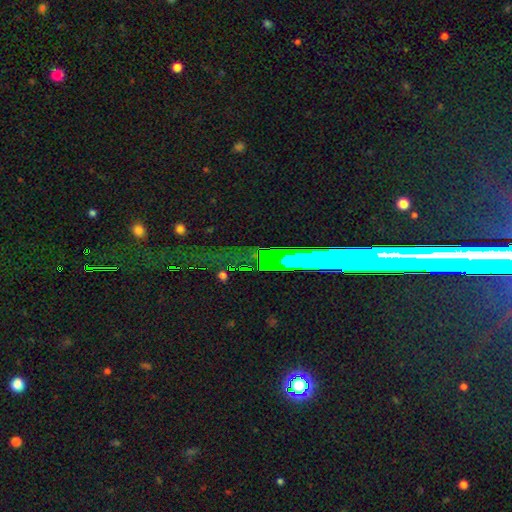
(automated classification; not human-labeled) star or artifact 65%, smooth 19%, featured or disk 16%.